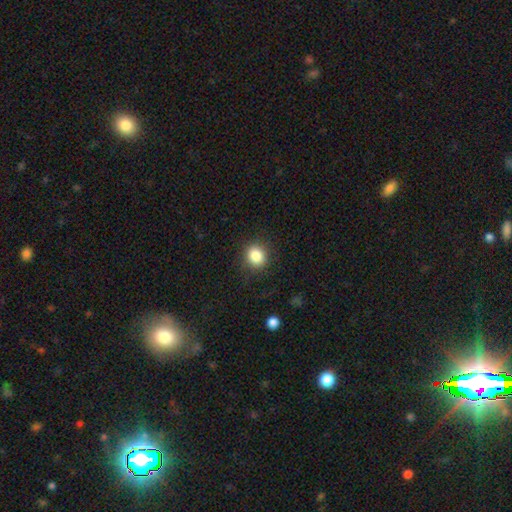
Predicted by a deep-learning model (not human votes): Morphology: type=smooth (85%); roundness=round (78%); merging=none (87%).